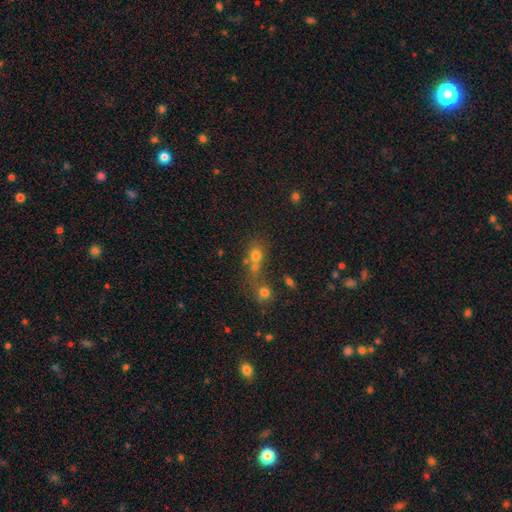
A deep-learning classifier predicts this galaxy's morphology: Smooth or featured? Predicted: smooth (p=0.70). How rounded? Predicted: round (p=0.64). Merging? Predicted: merger (p=0.48).